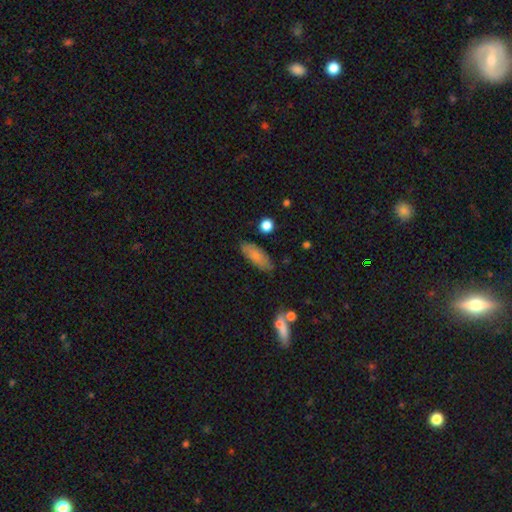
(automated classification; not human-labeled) Q: Smooth or featured?
A: smooth (76%); runner-up: featured or disk (18%)
Q: How rounded?
A: in between (76%); runner-up: cigar-shaped (21%)
Q: Merging?
A: none (78%); runner-up: minor disturbance (16%)